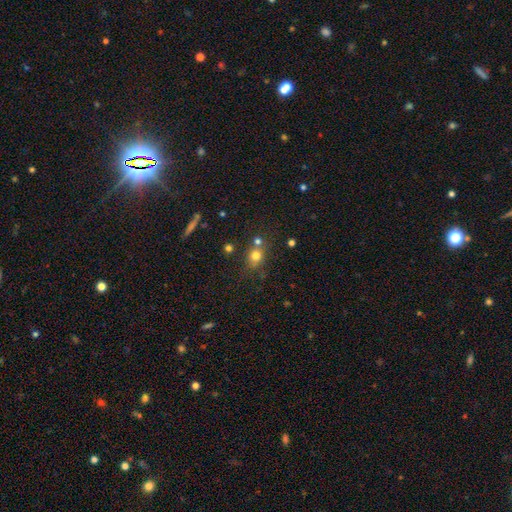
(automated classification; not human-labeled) Smooth or featured? Predicted: smooth (p=0.74). How rounded? Predicted: round (p=0.76). Merging? Predicted: none (p=0.60).